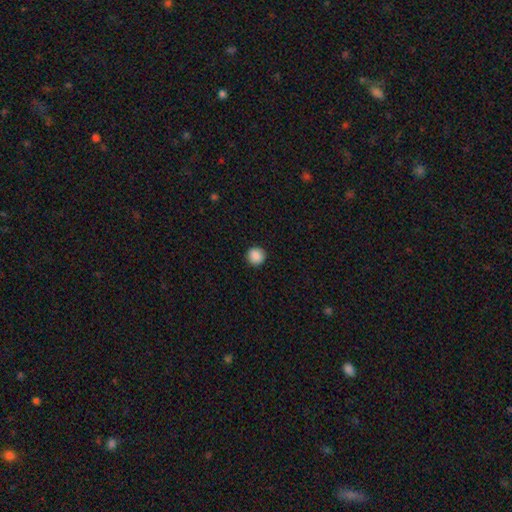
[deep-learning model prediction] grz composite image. It shows a smooth galaxy with no disk features (89%) that is round (93%). Merging: none (92%).